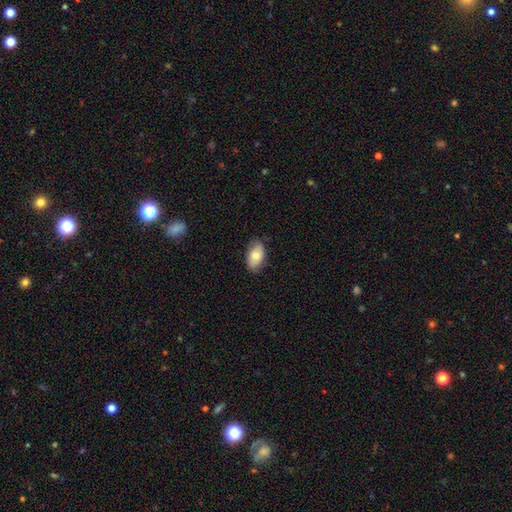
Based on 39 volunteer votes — Overall: smooth (82%). How rounded: in between (100%). Merging: none (75%).